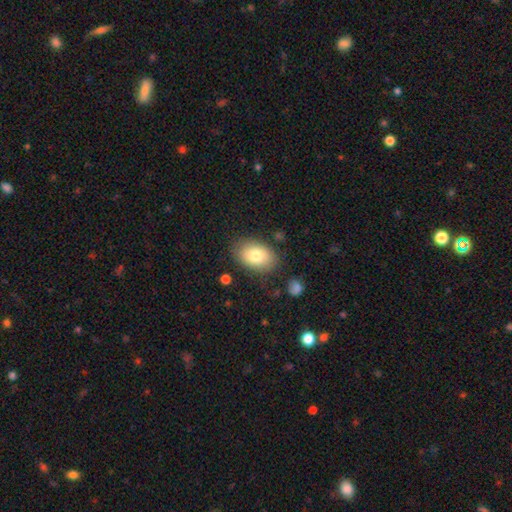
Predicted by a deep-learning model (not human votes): Q: Smooth or featured?
A: smooth (78%); runner-up: featured or disk (14%)
Q: How rounded?
A: in between (85%); runner-up: round (14%)
Q: Merging?
A: none (80%); runner-up: minor disturbance (14%)